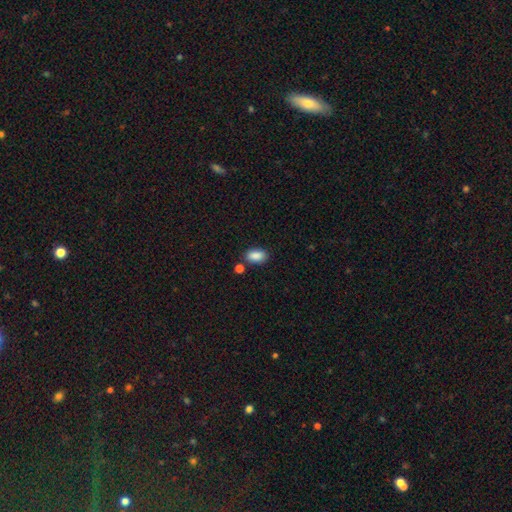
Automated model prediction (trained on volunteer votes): Smooth or featured? smooth (88%)
How rounded? in between (91%)
Merging? none (77%)